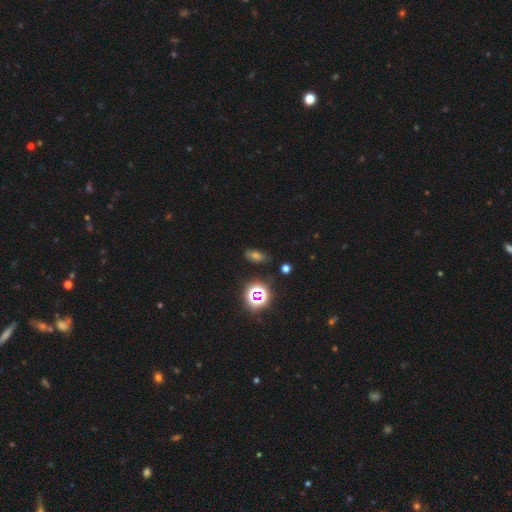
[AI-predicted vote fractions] This is possibly a smooth galaxy (49%). Merging: clearly none (82%).